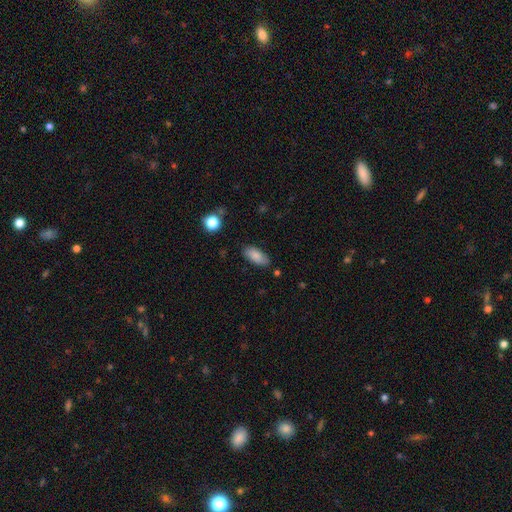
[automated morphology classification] A smooth galaxy with no disk features (84%) that is in between round and cigar-shaped (89%). Merging: none (81%).